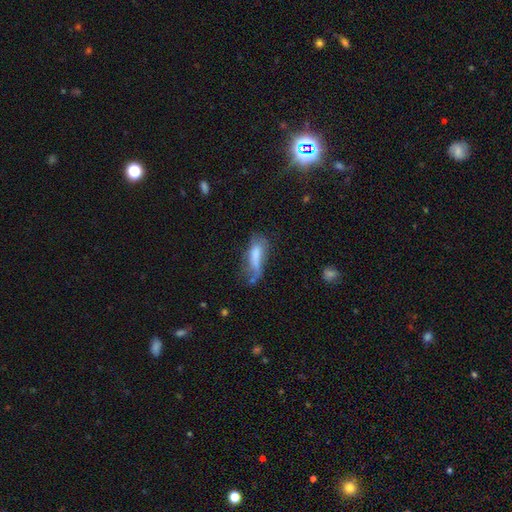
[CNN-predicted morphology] smooth-or-featured: smooth: 64% | featured or disk: 26% | star or artifact: 10%
  how-rounded: in between: 55% | cigar-shaped: 43% | round: 3%
  merging: major disturbance: 31% (tied) | minor disturbance: 31% (tied) | none: 29% | merger: 9%